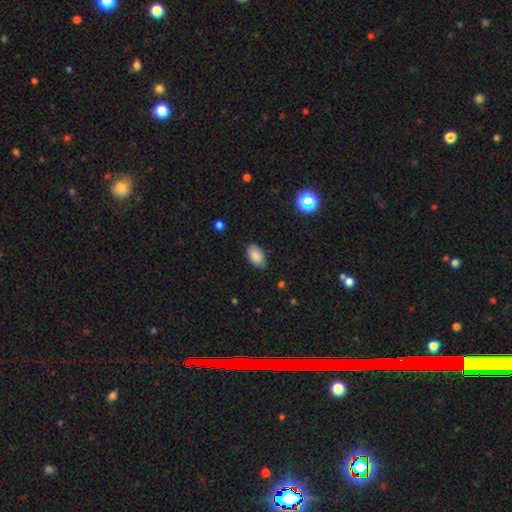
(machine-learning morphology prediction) Smooth or featured? smooth (86%)
How rounded? in between (91%)
Merging? none (79%)